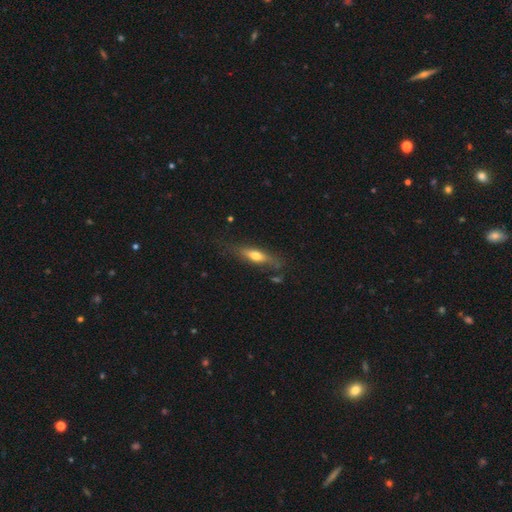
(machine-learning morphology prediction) smooth 52%, featured or disk 41%, star or artifact 7%. Down the decision tree: how rounded — cigar-shaped (61%); merging — none (69%).